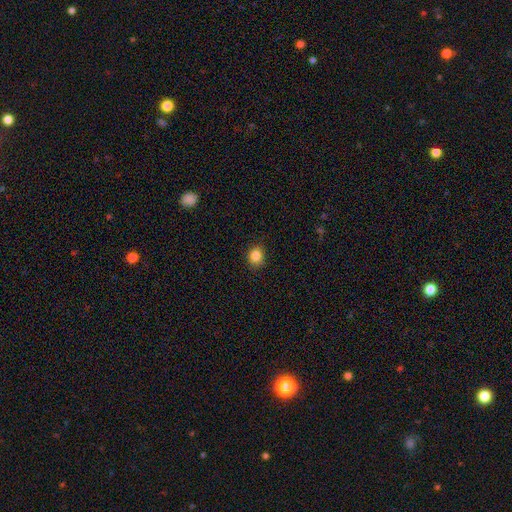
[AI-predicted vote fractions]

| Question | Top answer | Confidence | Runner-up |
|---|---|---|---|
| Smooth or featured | smooth | 86% | star or artifact (10%) |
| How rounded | round | 68% | in between (31%) |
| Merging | none | 87% | minor disturbance (10%) |